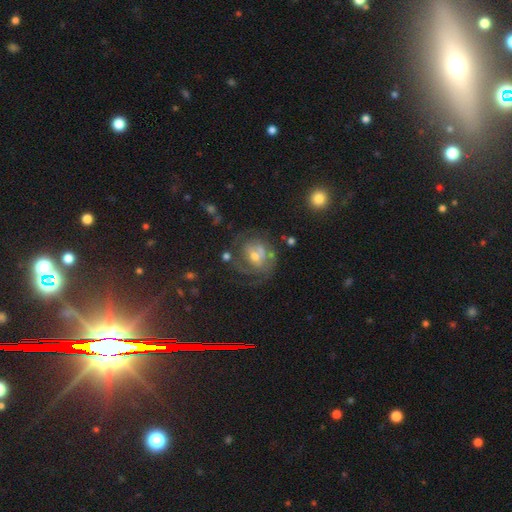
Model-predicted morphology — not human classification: Smooth or featured? featured or disk (67%)
Edge-on disk? no (97%)
Bar? no (62%)
Spiral arms? yes (71%)
Bulge size? moderate (56%)
Merging? none (51%)